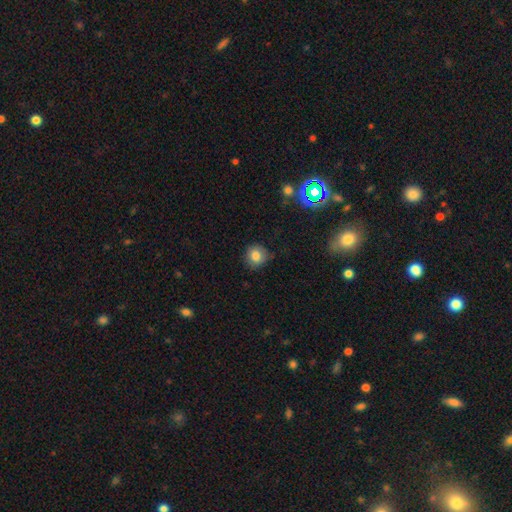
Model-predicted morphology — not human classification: A smooth galaxy with no disk features (79%) that is round (85%).

Vote fractions:
- Smooth or featured? smooth: 79% / star or artifact: 11% / featured or disk: 10%
- How rounded? round: 85% / in between: 14% / cigar-shaped: 1%
- Merging? none: 73% / minor disturbance: 21% / major disturbance: 5% / merger: 1%